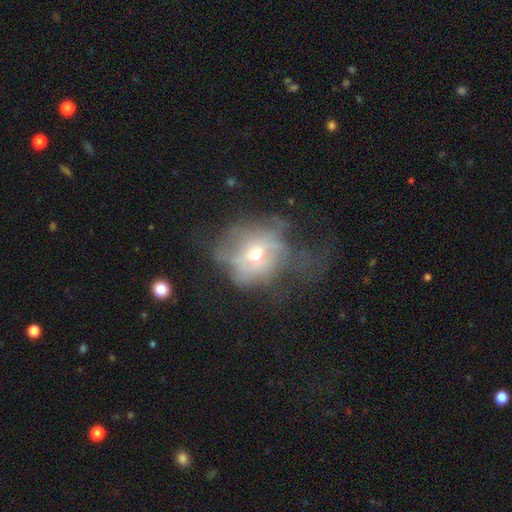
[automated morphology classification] Overall: featured or disk (48%; smooth 38%). Merging: major disturbance (46%; none 29%).